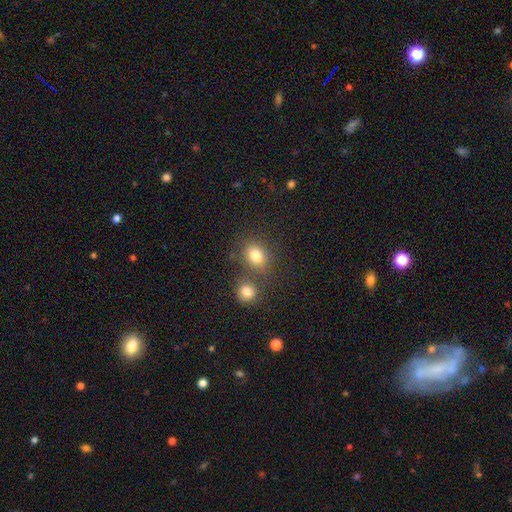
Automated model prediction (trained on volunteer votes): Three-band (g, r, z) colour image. It shows a smooth galaxy with no disk features (80%) that is round (55%). Merging: none (64%).